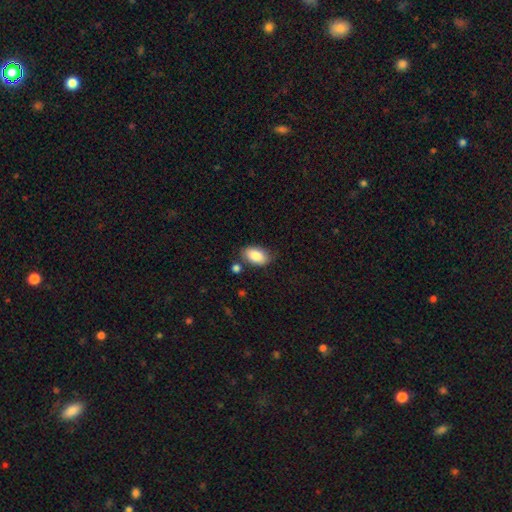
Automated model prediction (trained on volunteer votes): smooth-or-featured: smooth: 87% | star or artifact: 7% | featured or disk: 6%
  how-rounded: in between: 92% | round: 6% | cigar-shaped: 2%
  merging: none: 74% | minor disturbance: 16% | merger: 6% | major disturbance: 4%